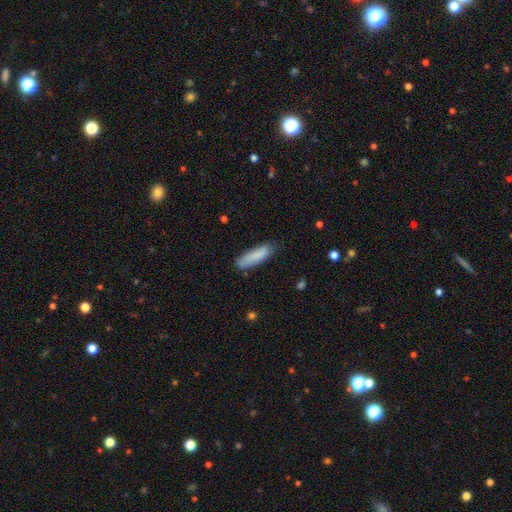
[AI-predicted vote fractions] smooth_or_featured: smooth (p=0.84) [alt: featured or disk p=0.10]
how_rounded: cigar-shaped (p=0.63) [alt: in between p=0.36]
merging: none (p=0.74) [alt: minor disturbance p=0.21]